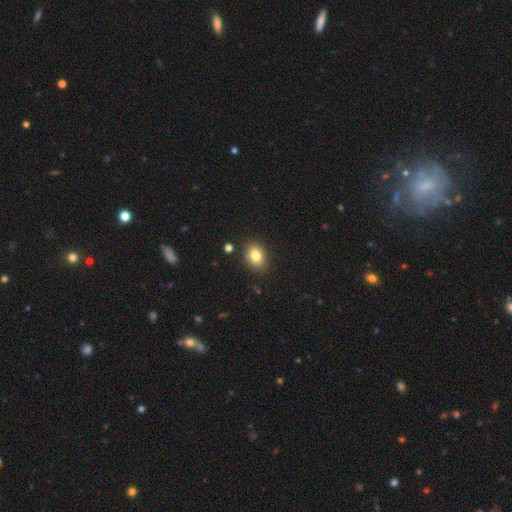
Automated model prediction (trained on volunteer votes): Smooth or featured? Predicted: smooth (p=0.81). How rounded? Predicted: in between (p=0.64). Merging? Predicted: none (p=0.85).